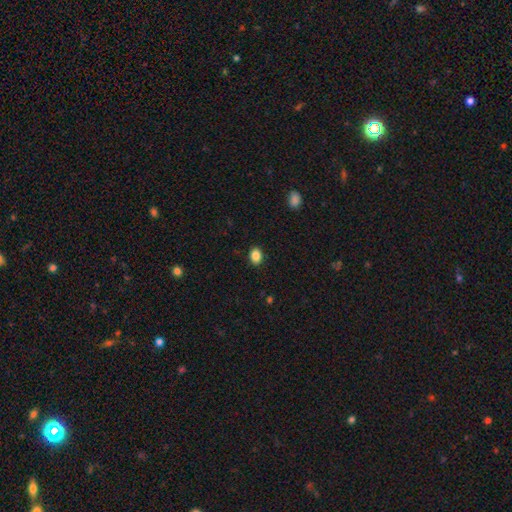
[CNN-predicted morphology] Q: Smooth or featured?
A: smooth (87%); runner-up: star or artifact (9%)
Q: How rounded?
A: in between (72%); runner-up: round (27%)
Q: Merging?
A: none (89%); runner-up: minor disturbance (8%)